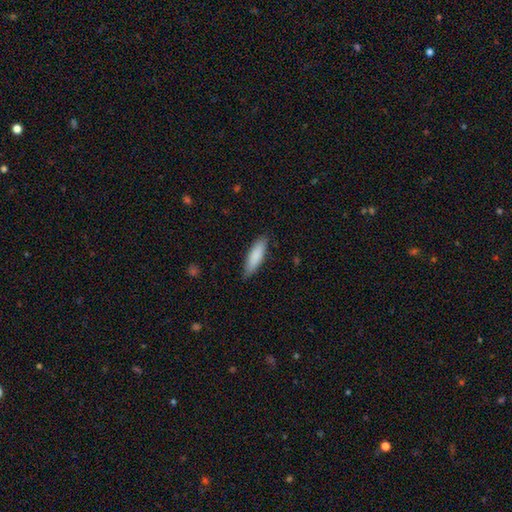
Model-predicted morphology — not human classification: Overall: smooth (86%). How rounded: cigar-shaped (59%; in between 39%). Merging: none (83%).